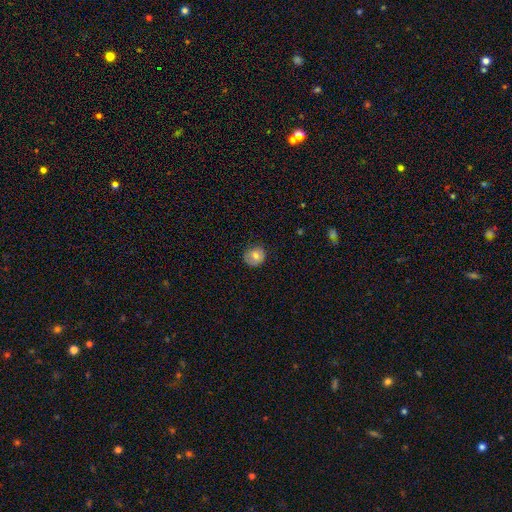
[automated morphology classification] Smooth or featured?
  - smooth: 74% *
  - featured or disk: 17%
  - star or artifact: 9%
How rounded?
  - round: 86% *
  - in between: 13%
  - cigar-shaped: 1%
Merging?
  - none: 80% *
  - minor disturbance: 16%
  - major disturbance: 3%
  - merger: 1%